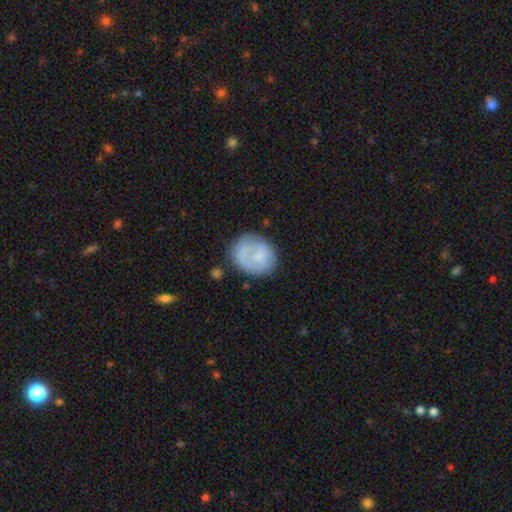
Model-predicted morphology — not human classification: Smooth or featured? Predicted: smooth (p=0.58). How rounded? Predicted: round (p=0.64). Merging? Predicted: none (p=0.63).